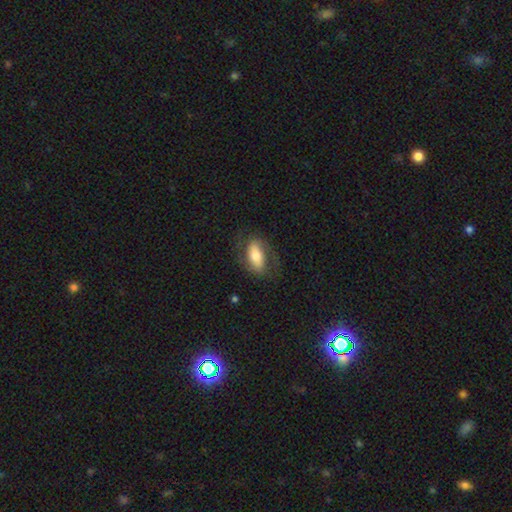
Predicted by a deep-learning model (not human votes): Smooth or featured?
  - smooth: 52% *
  - featured or disk: 42%
  - star or artifact: 7%
How rounded?
  - in between: 85% *
  - cigar-shaped: 10%
  - round: 5%
Merging?
  - none: 69% *
  - minor disturbance: 18%
  - major disturbance: 12%
  - merger: 1%